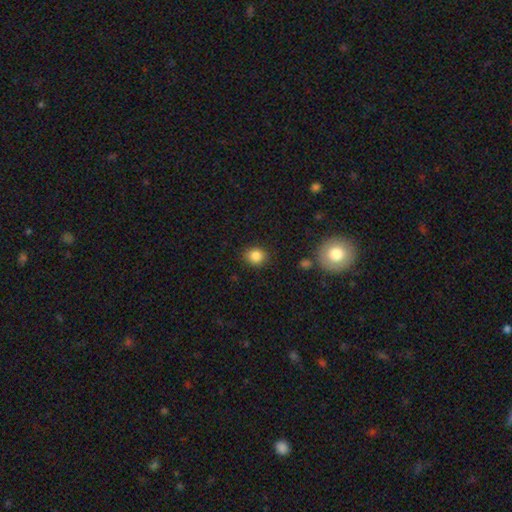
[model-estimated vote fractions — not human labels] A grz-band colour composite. It shows a smooth galaxy with no disk features (85%) that is round (77%). Merging: none (86%).